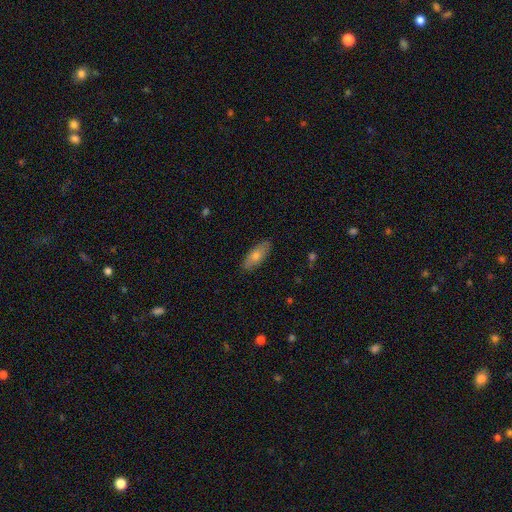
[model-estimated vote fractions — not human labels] This appears to be a smooth galaxy with no disk features (67%) that is in between round and cigar-shaped (75%). Merging: none (87%).